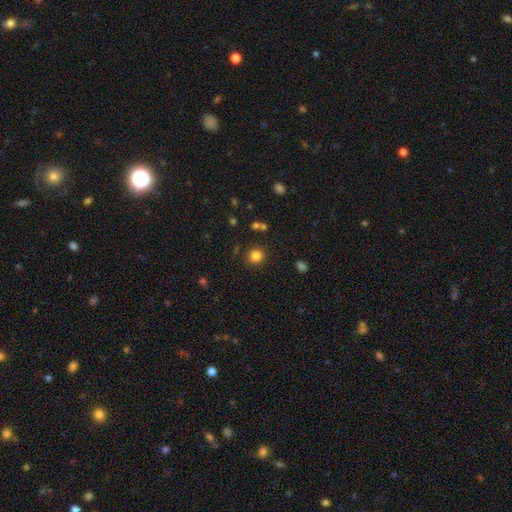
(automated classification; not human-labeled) This is clearly a smooth galaxy (82%). How rounded: clearly round (93%). Merging: clearly none (88%).